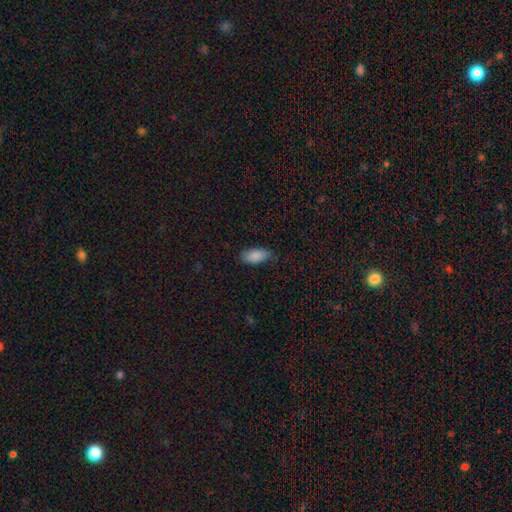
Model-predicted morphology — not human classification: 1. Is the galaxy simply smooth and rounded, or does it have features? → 87% smooth, 6% star or artifact, 6% featured or disk.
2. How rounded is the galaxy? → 90% in between, 8% cigar-shaped, 2% round.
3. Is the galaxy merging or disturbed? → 78% none, 18% minor disturbance, 3% major disturbance, 1% merger.